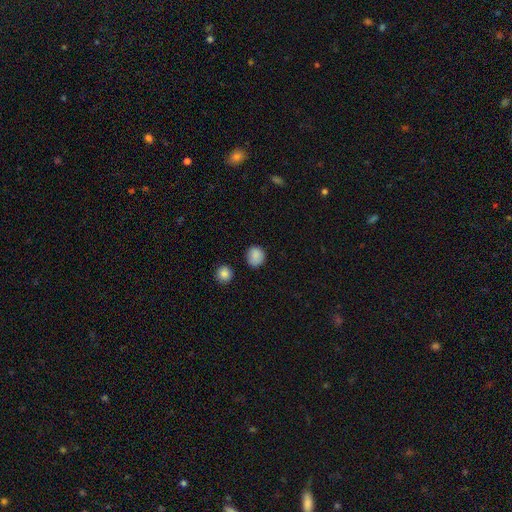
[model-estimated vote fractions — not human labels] smooth-or-featured: smooth: 87% | star or artifact: 9% | featured or disk: 4%
  how-rounded: round: 83% | in between: 17% | cigar-shaped: 1%
  merging: none: 82% | minor disturbance: 13% | major disturbance: 3% | merger: 2%